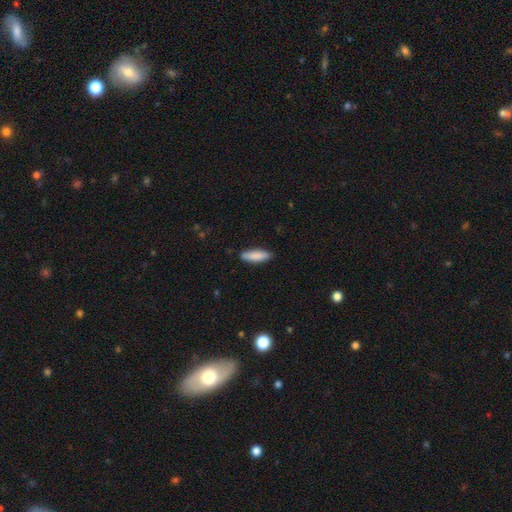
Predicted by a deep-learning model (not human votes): Overall: smooth (87%). How rounded: cigar-shaped (55%; in between 43%). Merging: none (87%).